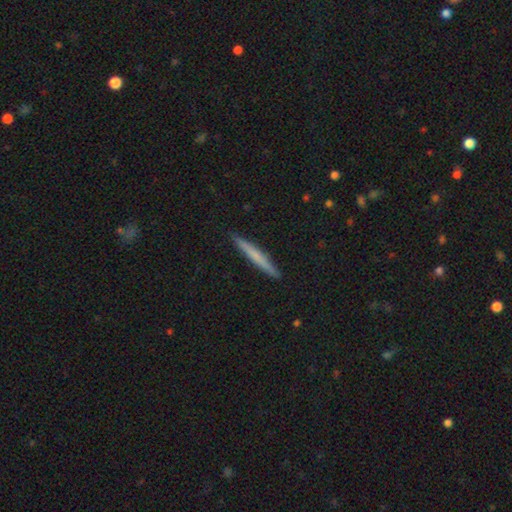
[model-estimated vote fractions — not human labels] Smooth or featured?
  - smooth: 57% *
  - featured or disk: 37%
  - star or artifact: 6%
How rounded?
  - cigar-shaped: 96% *
  - in between: 2%
  - round: 1%
Merging?
  - none: 92% *
  - minor disturbance: 6%
  - major disturbance: 1%
  - merger: 1%